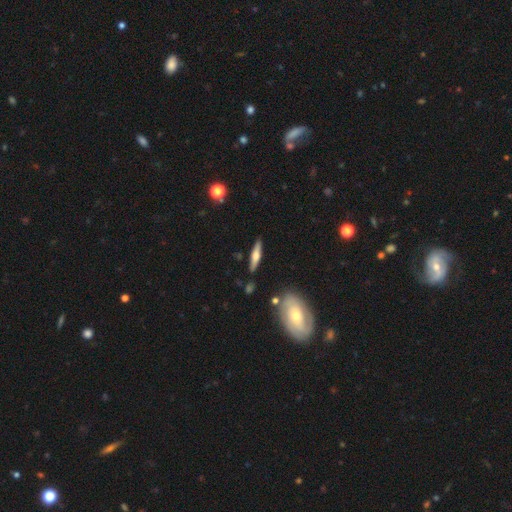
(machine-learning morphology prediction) smooth_or_featured: featured or disk (p=0.51) [alt: smooth p=0.43]
disk_edge_on: yes (p=0.93) [alt: no p=0.07]
merging: none (p=0.87) [alt: minor disturbance p=0.09]